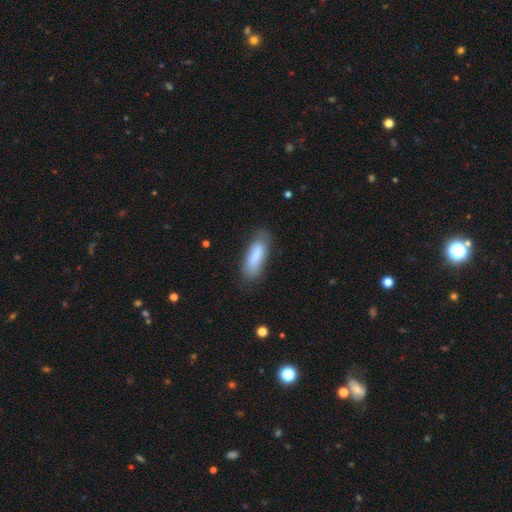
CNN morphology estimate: Smooth or featured?
  - smooth: 80% *
  - featured or disk: 13%
  - star or artifact: 7%
How rounded?
  - in between: 60% *
  - cigar-shaped: 38%
  - round: 2%
Merging?
  - none: 68% *
  - minor disturbance: 23%
  - major disturbance: 7%
  - merger: 2%